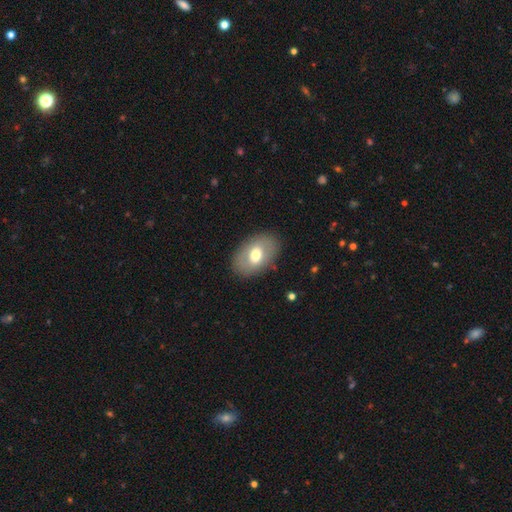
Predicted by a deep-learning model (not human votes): The model was most divided on "smooth or featured": smooth: 66%, featured or disk: 26%, star or artifact: 8%. More confident: merging — none (88%); how rounded — in between (87%).